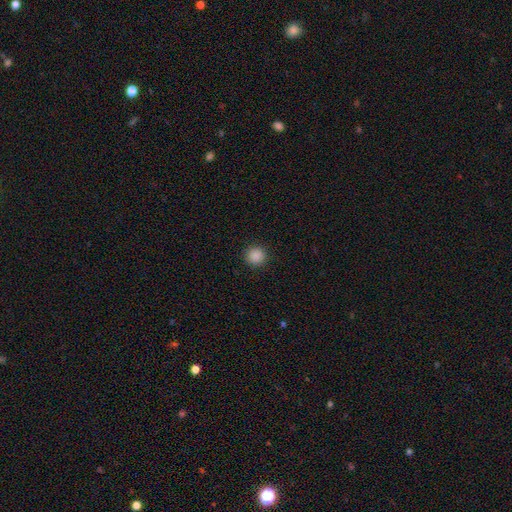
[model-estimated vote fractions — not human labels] Smooth or featured?
  - smooth: 87% *
  - star or artifact: 10%
  - featured or disk: 3%
How rounded?
  - round: 94% *
  - in between: 5%
  - cigar-shaped: 1%
Merging?
  - none: 92% *
  - minor disturbance: 5%
  - major disturbance: 2%
  - merger: 1%